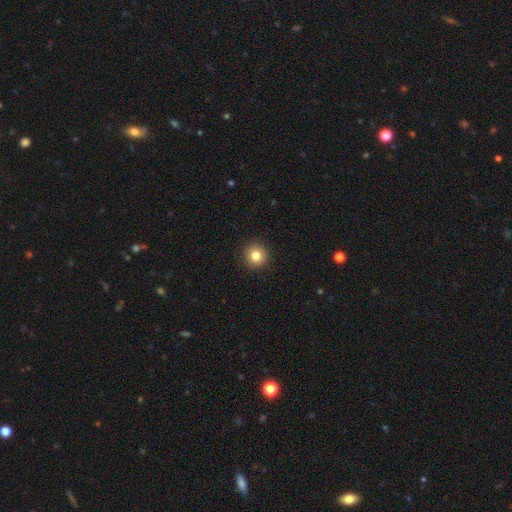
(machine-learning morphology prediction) A smooth galaxy with no disk features (82%) that is round (94%).

Vote fractions:
- Smooth or featured? smooth: 82% / star or artifact: 11% / featured or disk: 7%
- How rounded? round: 94% / in between: 5% / cigar-shaped: 1%
- Merging? none: 93% / minor disturbance: 5% / major disturbance: 2% / merger: 1%